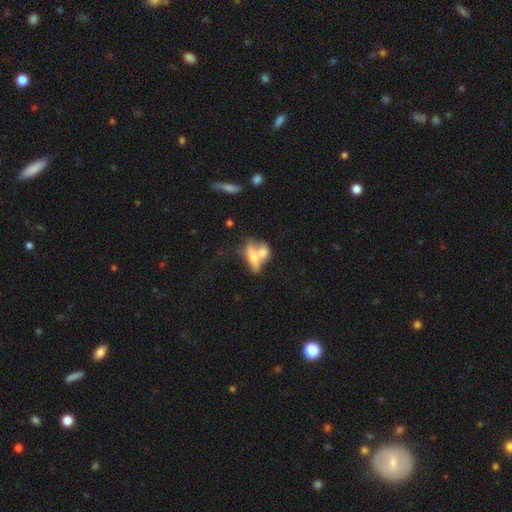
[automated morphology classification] Smooth or featured? Predicted: smooth (p=0.52). How rounded? Predicted: in between (p=0.67). Merging? Predicted: merger (p=0.66).